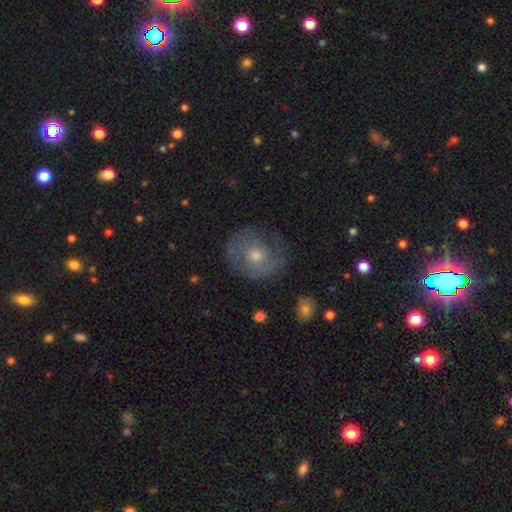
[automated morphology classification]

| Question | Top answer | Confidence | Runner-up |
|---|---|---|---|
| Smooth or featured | featured or disk | 65% | smooth (26%) |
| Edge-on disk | no | 97% | yes (3%) |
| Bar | no | 78% | weak (19%) |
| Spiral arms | yes | 79% | no (21%) |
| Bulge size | moderate | 60% | small (32%) |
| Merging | none | 74% | minor disturbance (16%) |